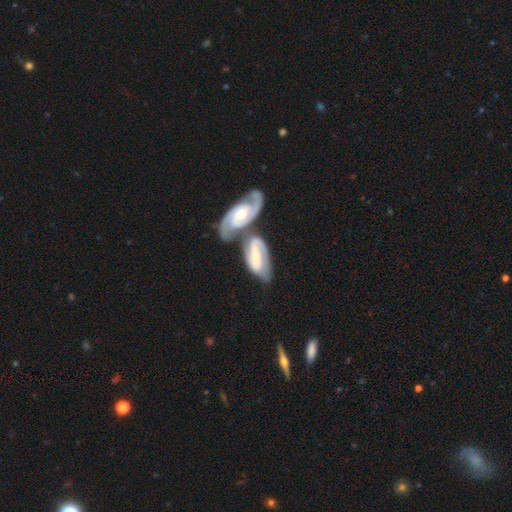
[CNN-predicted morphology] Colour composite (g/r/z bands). It shows a featured or disk galaxy (76%) with a weak bar (40%), 2 (84%) medium (49%) spiral arms (94%) and a small central bulge (53%). Merging: merger (59%).